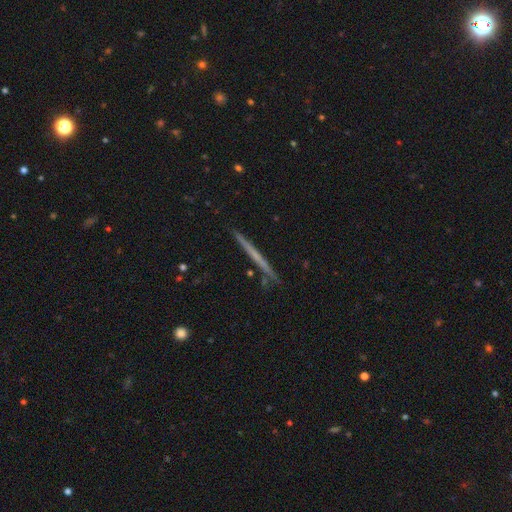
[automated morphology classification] smooth-or-featured: featured or disk: 52% | smooth: 42% | star or artifact: 6%
  disk-edge-on: yes: 97% | no: 3%
    edge-on-bulge: none: 90% | rounded: 7% | boxy: 3%
  merging: none: 89% | minor disturbance: 8% | merger: 2% | major disturbance: 2%